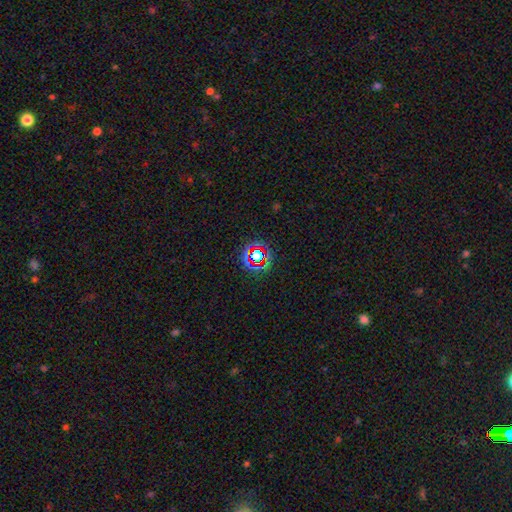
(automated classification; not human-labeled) This appears to be a star or artifact, not a galaxy (69%).